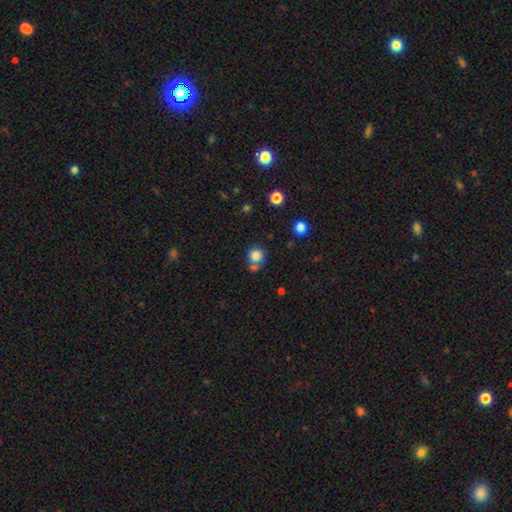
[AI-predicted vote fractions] smooth_or_featured: smooth (p=0.82) [alt: star or artifact p=0.12]
how_rounded: round (p=0.91) [alt: in between p=0.08]
merging: none (p=0.62) [alt: merger p=0.24]